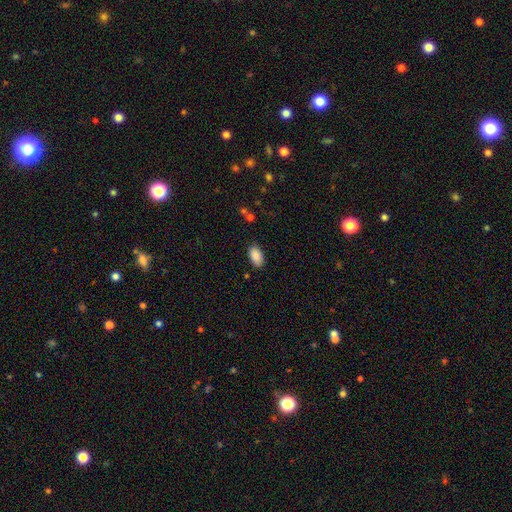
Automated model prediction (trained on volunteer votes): The model was most divided on "merging": none: 85%, minor disturbance: 11%, major disturbance: 2%, merger: 2%. More confident: how rounded — in between (94%); smooth or featured — smooth (89%).